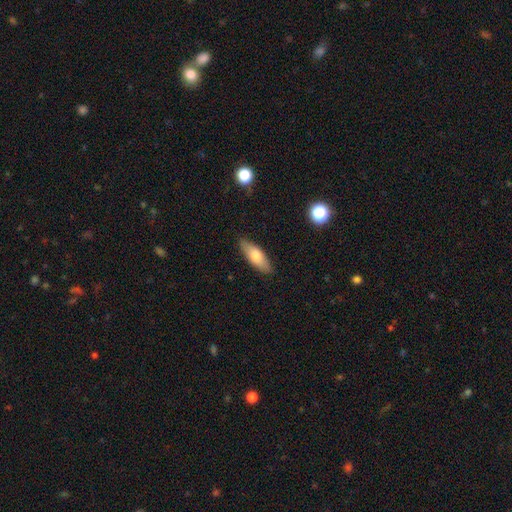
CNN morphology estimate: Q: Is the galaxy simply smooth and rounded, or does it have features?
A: smooth — 73%.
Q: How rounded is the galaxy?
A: in between — 66%.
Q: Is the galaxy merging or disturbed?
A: none — 85%.